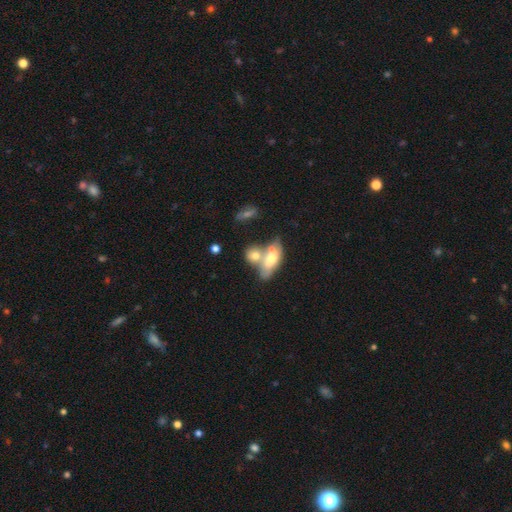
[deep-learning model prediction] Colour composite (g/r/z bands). It shows a smooth galaxy with no disk features (60%) that is in between round and cigar-shaped (69%). Merging: merger (62%).